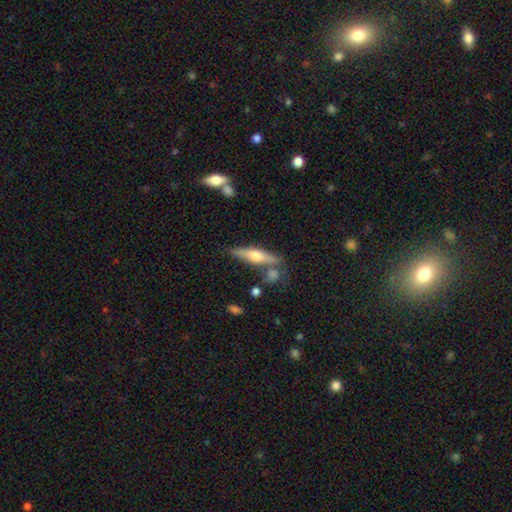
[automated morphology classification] A featured or disk galaxy (58%) viewed edge-on (94%) with a rounded central bulge (90%).

Vote fractions:
- Smooth or featured? featured or disk: 58% / smooth: 35% / star or artifact: 6%
- Edge-on disk? yes: 94% / no: 6%
- Edge-on bulge? rounded: 90% / boxy: 6% / none: 4%
- Merging? none: 73% / minor disturbance: 13% / merger: 11% / major disturbance: 4%